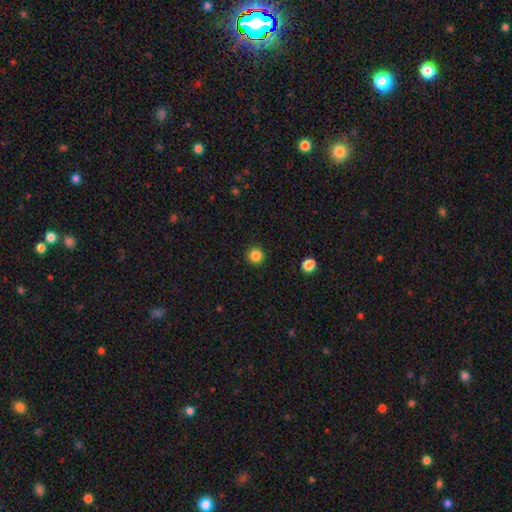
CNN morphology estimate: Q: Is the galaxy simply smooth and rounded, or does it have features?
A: smooth — 85%.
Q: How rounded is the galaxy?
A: round — 95%.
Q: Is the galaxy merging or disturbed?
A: none — 92%.